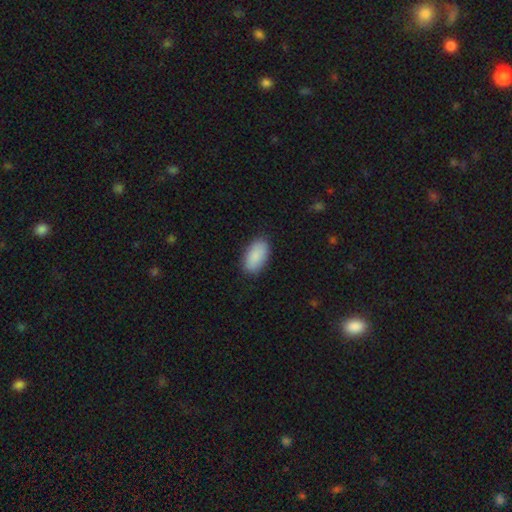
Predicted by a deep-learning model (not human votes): Smooth or featured? Predicted: smooth (p=0.89). How rounded? Predicted: in between (p=0.95). Merging? Predicted: none (p=0.86).